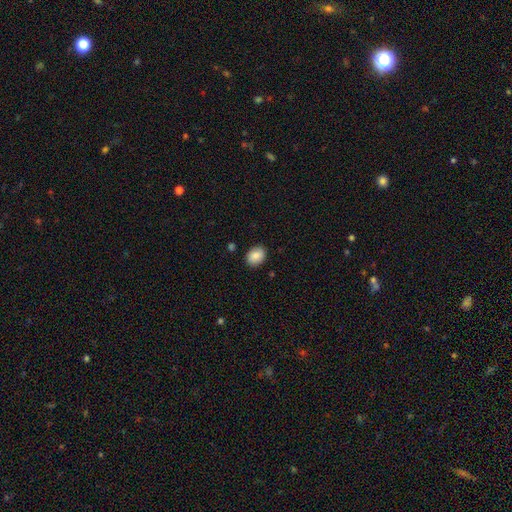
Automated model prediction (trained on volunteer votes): Q: Smooth or featured?
A: smooth (86%); runner-up: star or artifact (8%)
Q: How rounded?
A: in between (56%); runner-up: round (43%)
Q: Merging?
A: none (87%); runner-up: minor disturbance (9%)